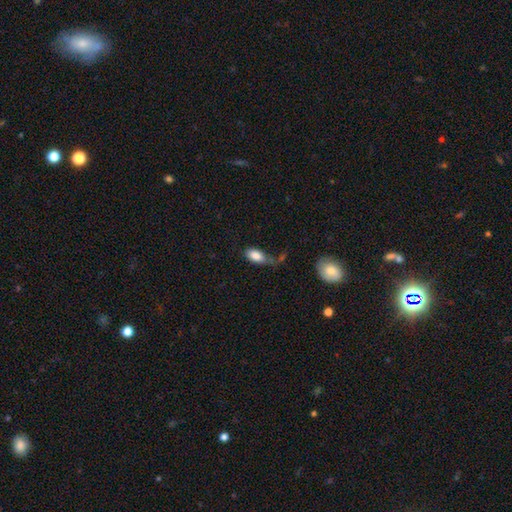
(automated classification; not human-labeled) Overall: smooth (85%). How rounded: in between (91%). Merging: none (39%; minor disturbance 29%).